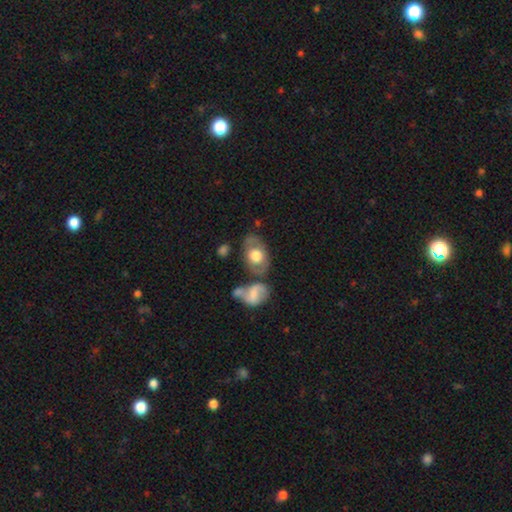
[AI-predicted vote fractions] This is possibly a smooth galaxy (54%). How rounded: clearly in between (81%). Merging: possibly none (58%).